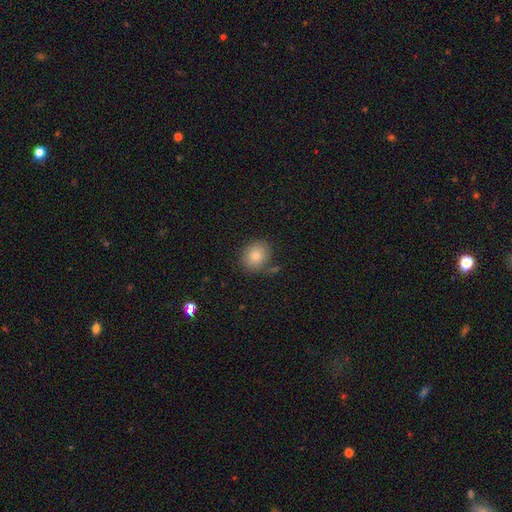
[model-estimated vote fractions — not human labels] A smooth galaxy with no disk features (84%) that is round (64%).

Vote fractions:
- Smooth or featured? smooth: 84% / star or artifact: 9% / featured or disk: 7%
- How rounded? round: 64% / in between: 35% / cigar-shaped: 1%
- Merging? none: 77% / minor disturbance: 14% / merger: 5% / major disturbance: 4%